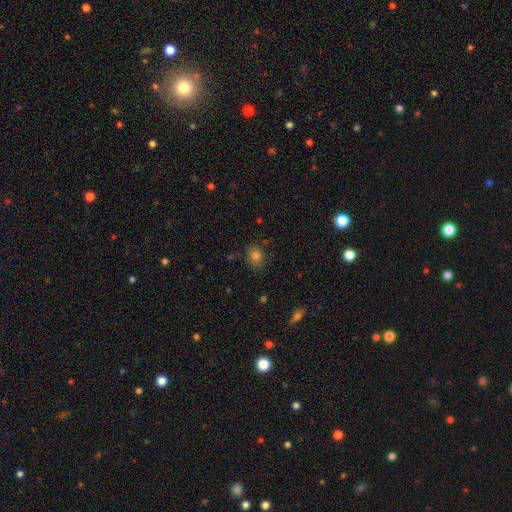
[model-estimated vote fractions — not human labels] Morphology: type=smooth (79%); roundness=round (51%); merging=none (76%).